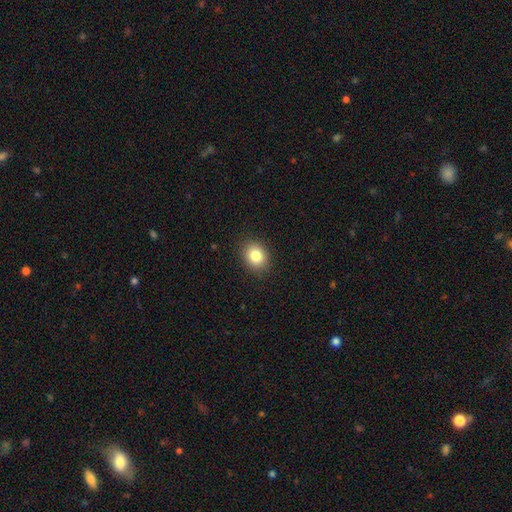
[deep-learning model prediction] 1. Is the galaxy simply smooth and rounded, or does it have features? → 83% smooth, 10% star or artifact, 8% featured or disk.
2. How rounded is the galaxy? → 52% round, 47% in between, 1% cigar-shaped.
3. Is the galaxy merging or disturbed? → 89% none, 8% minor disturbance, 2% major disturbance, 1% merger.